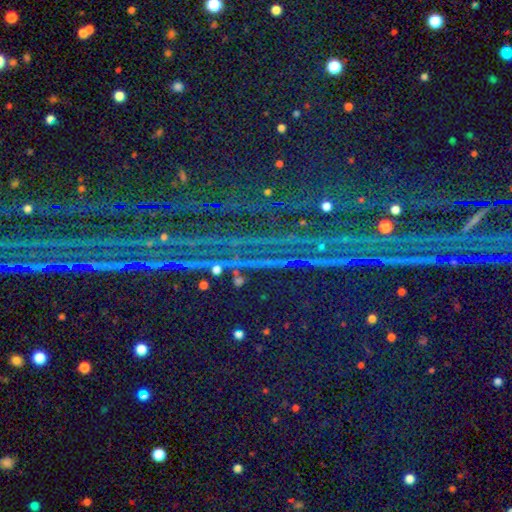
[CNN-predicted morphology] smooth-or-featured: star or artifact: 88% | featured or disk: 6% | smooth: 6%